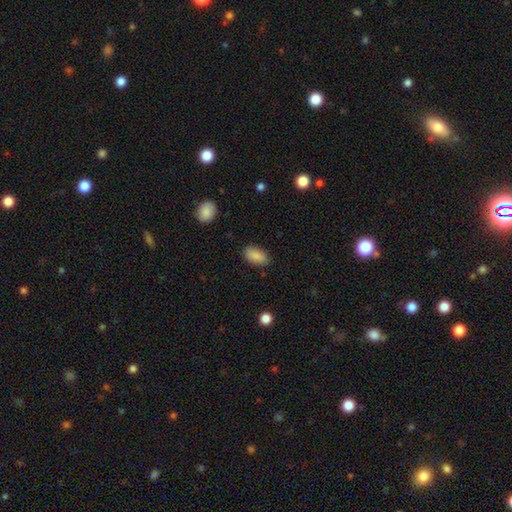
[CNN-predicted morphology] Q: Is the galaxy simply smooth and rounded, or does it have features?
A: smooth — 88%.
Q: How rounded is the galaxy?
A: in between — 92%.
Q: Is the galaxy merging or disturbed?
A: none — 84%.